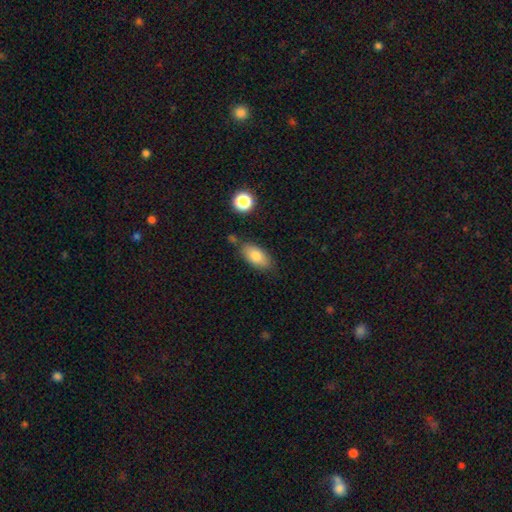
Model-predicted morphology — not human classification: This appears to be a smooth galaxy with no disk features (81%) that is in between round and cigar-shaped (90%). Merging: none (73%).